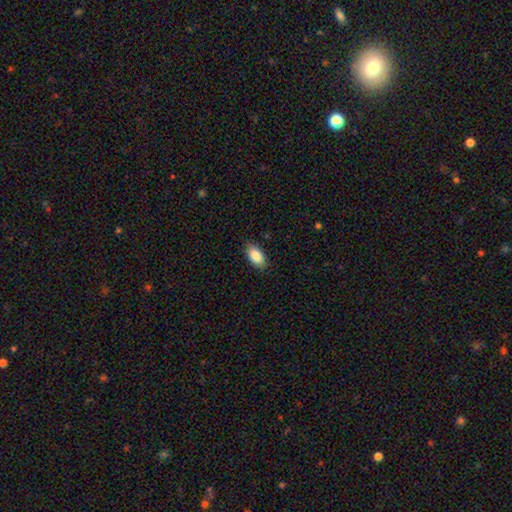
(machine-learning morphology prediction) This is clearly a smooth galaxy (87%). How rounded: clearly in between (93%). Merging: clearly none (86%).